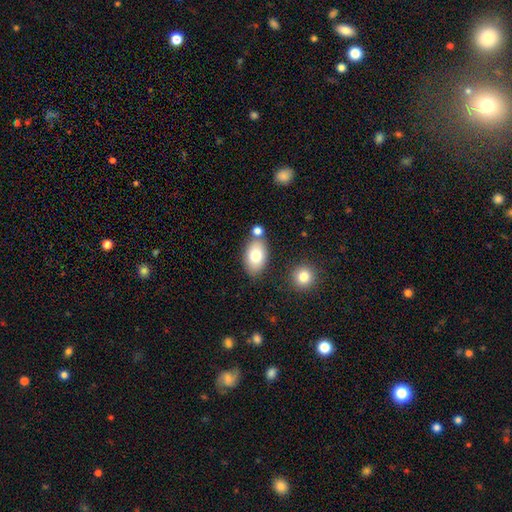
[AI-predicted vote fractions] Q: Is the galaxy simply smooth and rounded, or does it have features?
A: smooth — 77%.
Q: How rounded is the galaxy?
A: in between — 90%.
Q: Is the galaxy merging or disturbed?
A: none — 69%.